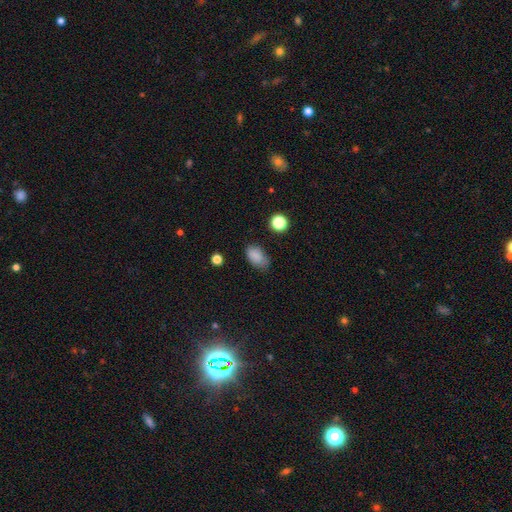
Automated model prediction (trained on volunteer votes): Smooth or featured: smooth — 83% (star or artifact — 10%)
How rounded: in between — 89% (round — 9%)
Merging: none — 65% (minor disturbance — 27%)